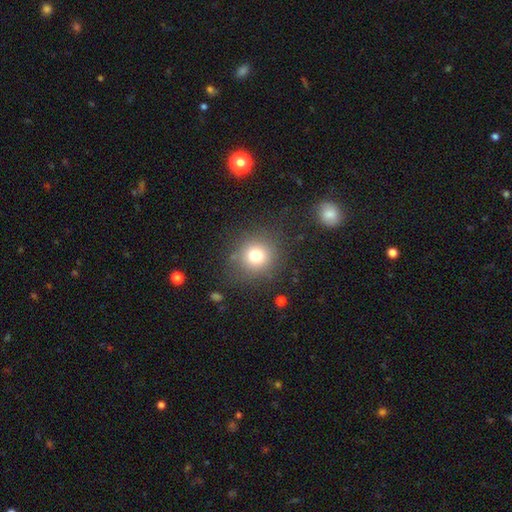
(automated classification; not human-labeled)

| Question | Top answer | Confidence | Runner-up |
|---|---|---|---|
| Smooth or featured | smooth | 76% | star or artifact (14%) |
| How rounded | round | 90% | in between (9%) |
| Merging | none | 83% | minor disturbance (10%) |